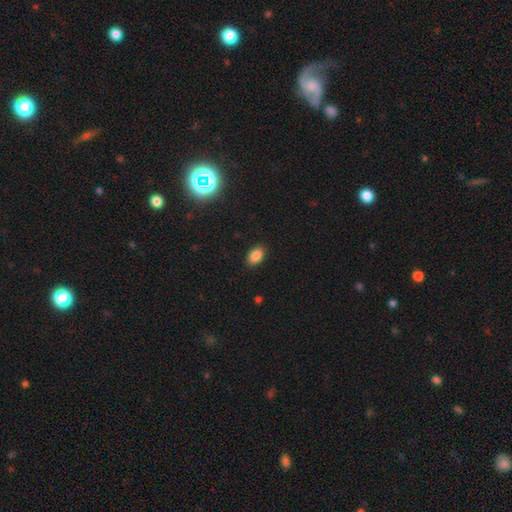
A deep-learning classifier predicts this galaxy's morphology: type=smooth (86%); roundness=in between (89%); merging=none (88%).